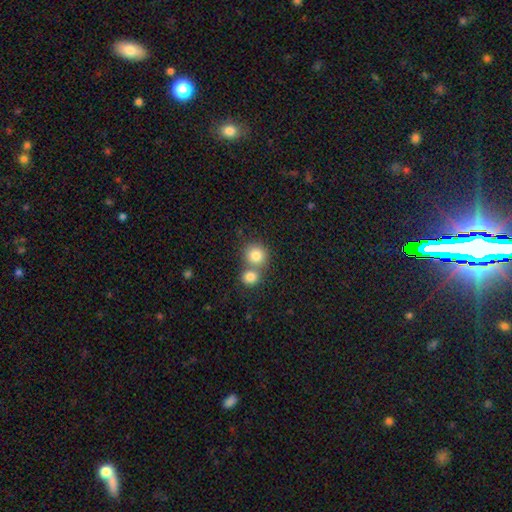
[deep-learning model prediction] A smooth galaxy with no disk features (82%) that is round (86%). Merging: none (47%).